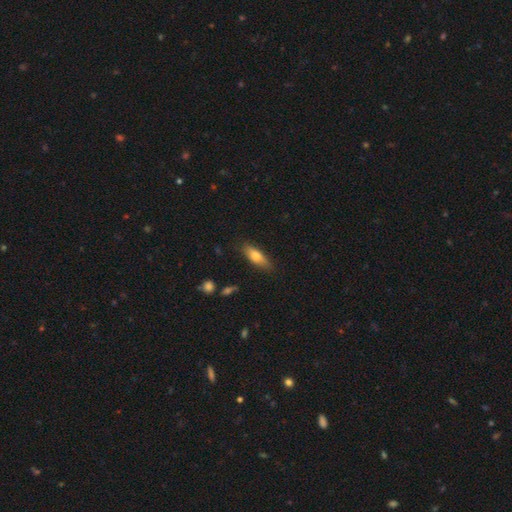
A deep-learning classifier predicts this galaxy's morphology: Overall: smooth (72%). How rounded: in between (57%; cigar-shaped 41%). Merging: none (81%).